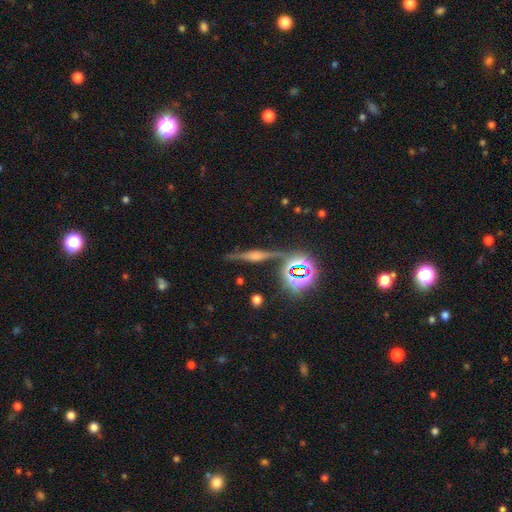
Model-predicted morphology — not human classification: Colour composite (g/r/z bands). It shows a featured or disk galaxy (61%) viewed edge-on (93%) with a rounded central bulge (74%). Merging: none (82%).